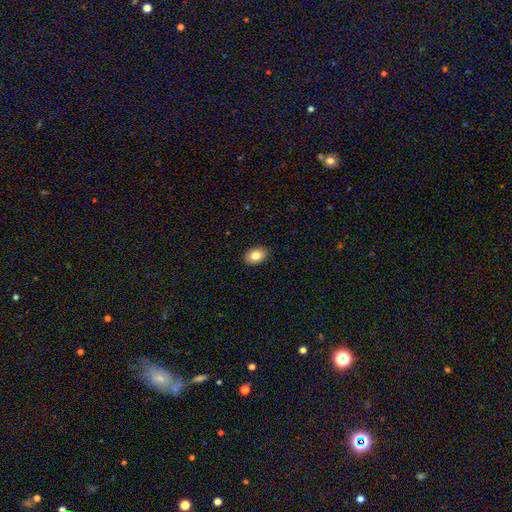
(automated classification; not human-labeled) The model was most divided on "how rounded": in between: 79%, round: 20%, cigar-shaped: 1%. More confident: merging — none (89%); smooth or featured — smooth (82%).